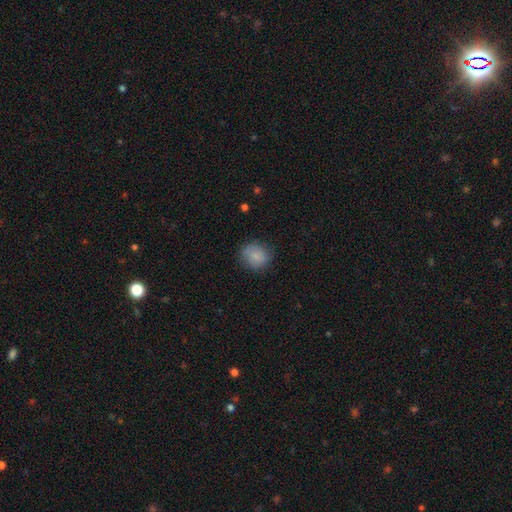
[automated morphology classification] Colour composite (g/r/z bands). It shows a smooth galaxy with no disk features (84%) that is round (73%). Merging: none (80%).